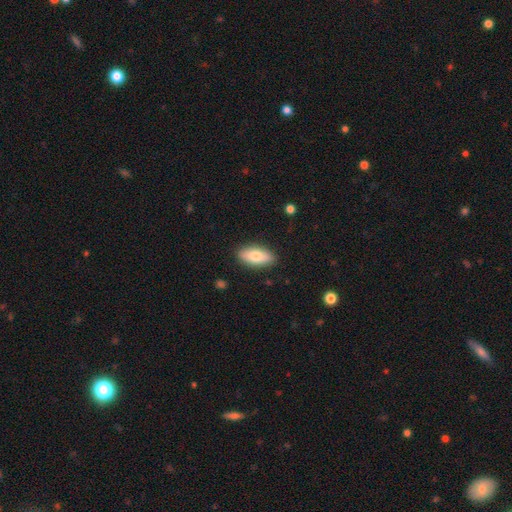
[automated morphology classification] Smooth or featured?
  - smooth: 76% *
  - featured or disk: 17%
  - star or artifact: 6%
How rounded?
  - in between: 87% *
  - cigar-shaped: 10%
  - round: 3%
Merging?
  - none: 88% *
  - minor disturbance: 9%
  - major disturbance: 2%
  - merger: 1%